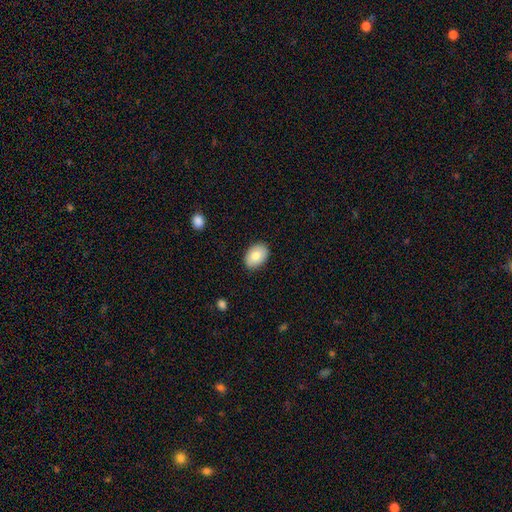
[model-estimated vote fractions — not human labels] Morphology: type=smooth (83%); roundness=in between (86%); merging=none (86%).